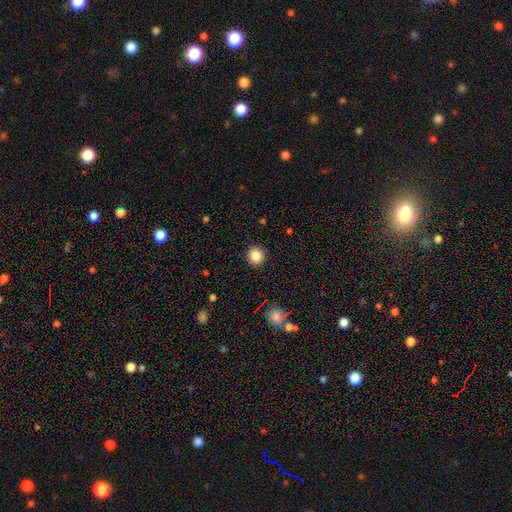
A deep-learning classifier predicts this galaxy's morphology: smooth 85%, star or artifact 11%, featured or disk 5%. Down the decision tree: how rounded — round (93%); merging — none (92%).